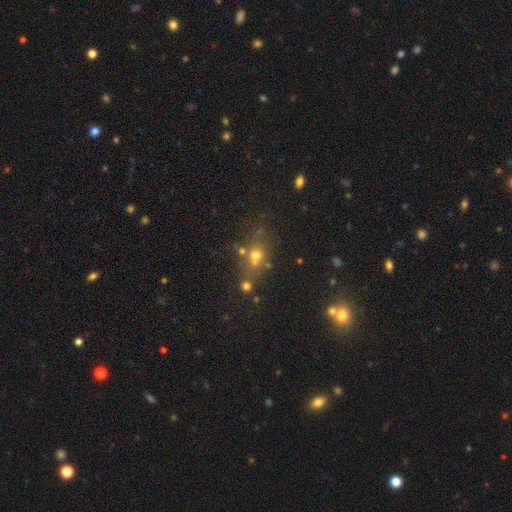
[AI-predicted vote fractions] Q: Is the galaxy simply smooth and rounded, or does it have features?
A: smooth — 57%.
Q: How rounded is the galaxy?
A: round — 69%.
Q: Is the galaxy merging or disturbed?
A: none — 54%.